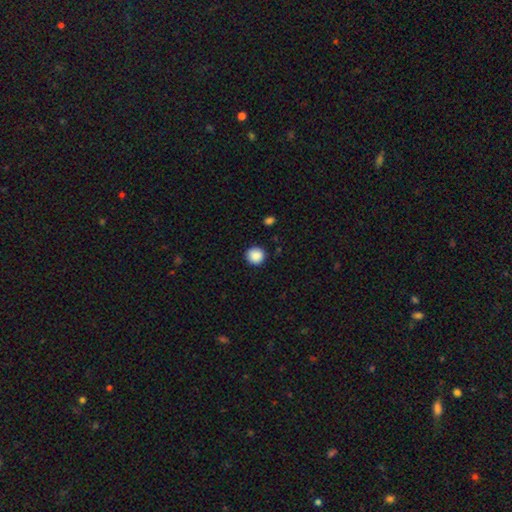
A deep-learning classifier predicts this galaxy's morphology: A smooth galaxy with no disk features (88%) that is round (94%).

Vote fractions:
- Smooth or featured? smooth: 88% / star or artifact: 9% / featured or disk: 3%
- How rounded? round: 94% / in between: 5% / cigar-shaped: 1%
- Merging? none: 90% / minor disturbance: 7% / major disturbance: 2% / merger: 1%